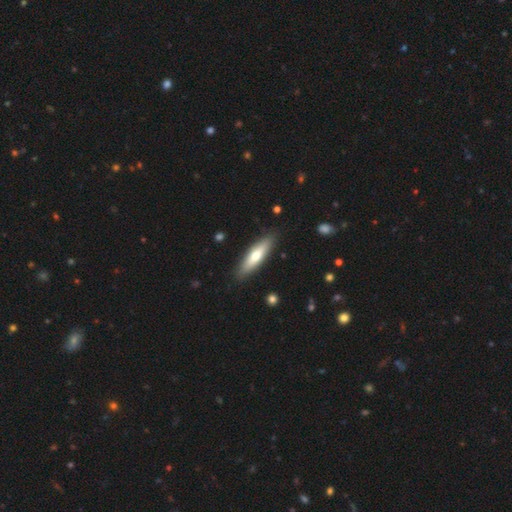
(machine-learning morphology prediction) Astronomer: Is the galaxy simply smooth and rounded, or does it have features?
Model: smooth — 62%.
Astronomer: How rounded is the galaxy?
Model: cigar-shaped — 67%.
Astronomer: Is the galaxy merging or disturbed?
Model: none — 88%.